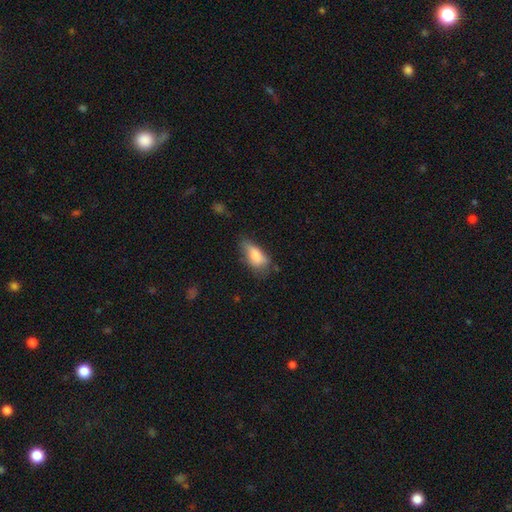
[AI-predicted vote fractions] smooth 78%, featured or disk 14%, star or artifact 8%. Down the decision tree: how rounded — in between (84%); merging — none (45%).